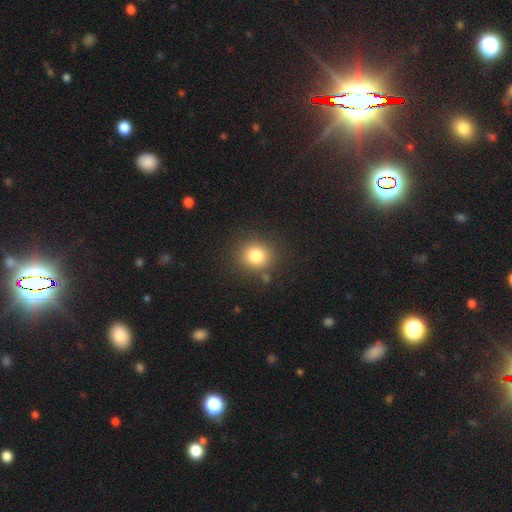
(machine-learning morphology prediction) This is clearly a smooth galaxy (81%). How rounded: clearly round (86%). Merging: clearly none (85%).